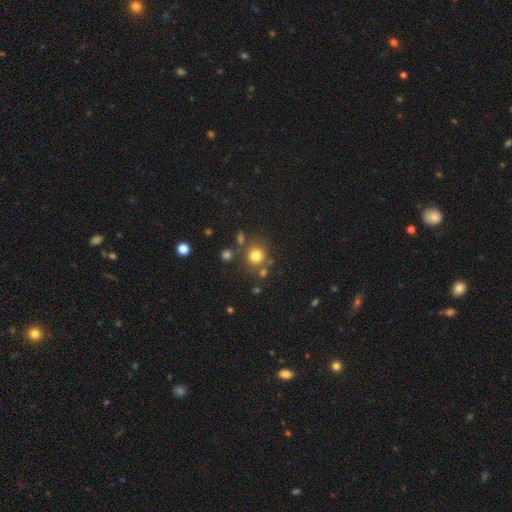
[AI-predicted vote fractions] Smooth or featured? smooth (78%)
How rounded? round (88%)
Merging? none (76%)